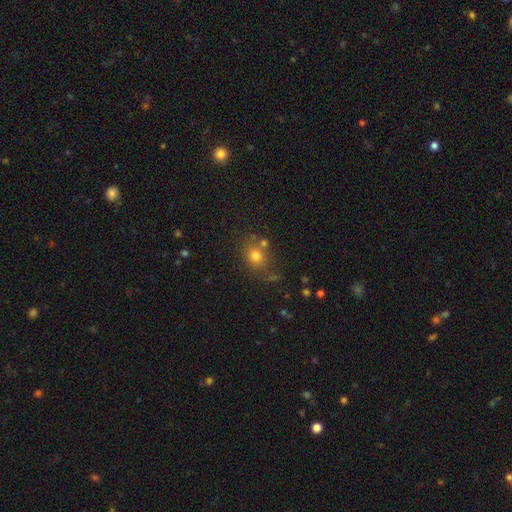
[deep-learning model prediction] Smooth or featured? Predicted: smooth (p=0.75). How rounded? Predicted: round (p=0.66). Merging? Predicted: none (p=0.68).